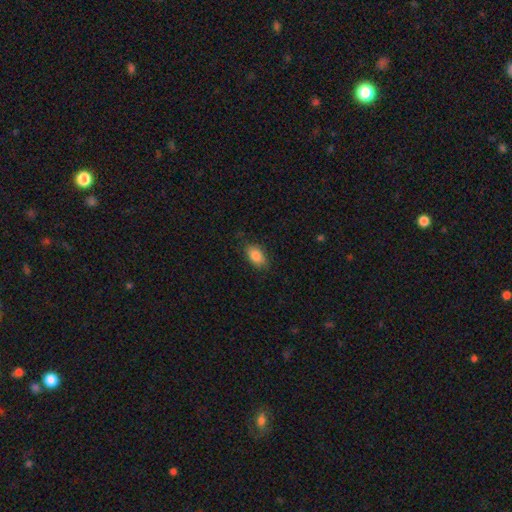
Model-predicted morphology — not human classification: type=smooth (87%); roundness=in between (91%); merging=none (83%).